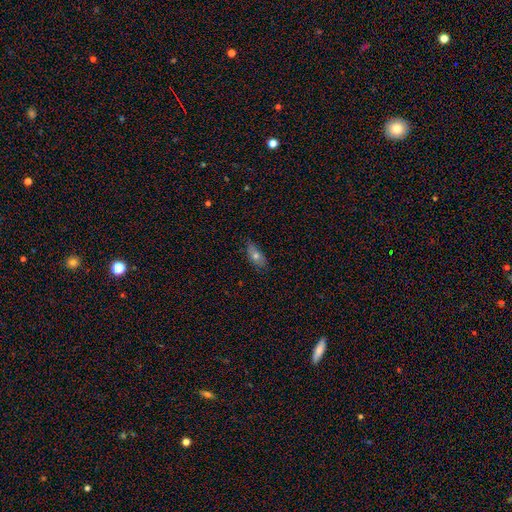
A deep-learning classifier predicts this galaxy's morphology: Q: Smooth or featured?
A: smooth (65%); runner-up: featured or disk (26%)
Q: How rounded?
A: in between (77%); runner-up: cigar-shaped (18%)
Q: Merging?
A: none (75%); runner-up: minor disturbance (21%)